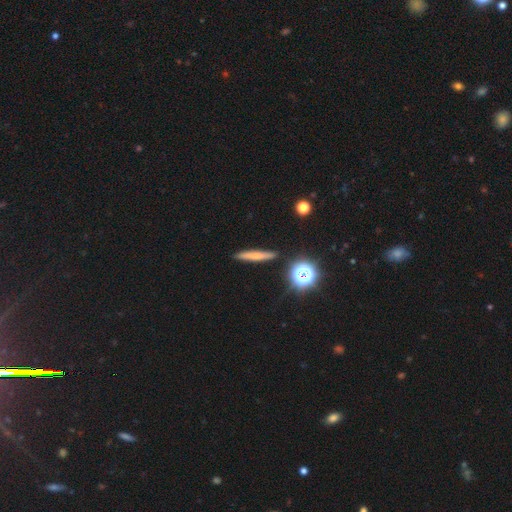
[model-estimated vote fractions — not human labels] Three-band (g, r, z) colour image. It shows a smooth galaxy with no disk features (63%) that is cigar-shaped (87%). Merging: none (89%).